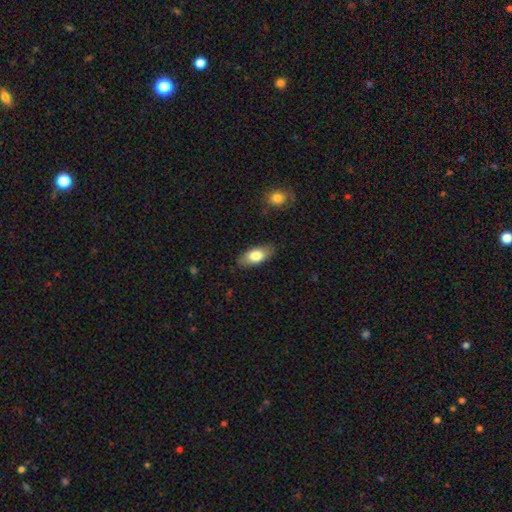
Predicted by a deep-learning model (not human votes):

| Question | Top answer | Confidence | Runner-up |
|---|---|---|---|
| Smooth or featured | smooth | 76% | featured or disk (18%) |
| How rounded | in between | 87% | cigar-shaped (10%) |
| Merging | none | 84% | minor disturbance (12%) |